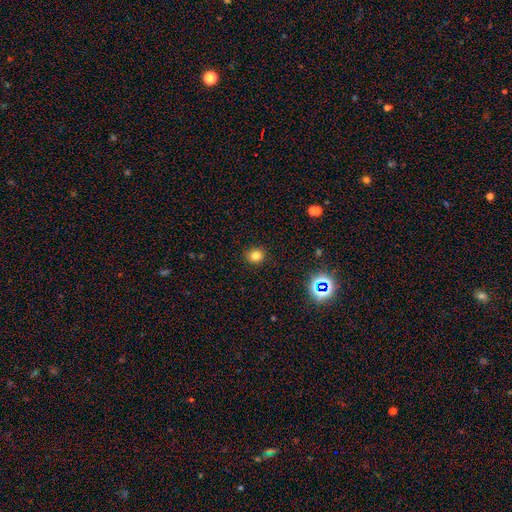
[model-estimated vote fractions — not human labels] The model was most divided on "smooth or featured": smooth: 80%, star or artifact: 15%, featured or disk: 5%. More confident: merging — none (89%); how rounded — round (83%).